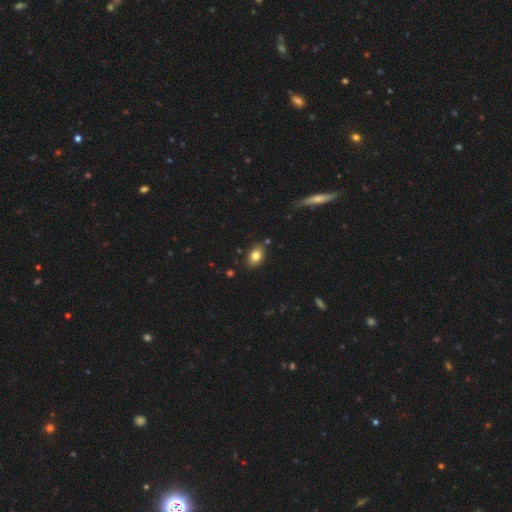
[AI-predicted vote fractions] A smooth galaxy with no disk features (80%) that is in between round and cigar-shaped (80%).

Vote fractions:
- Smooth or featured? smooth: 80% / featured or disk: 10% / star or artifact: 9%
- How rounded? in between: 80% / round: 19% / cigar-shaped: 2%
- Merging? none: 82% / minor disturbance: 13% / merger: 3% / major disturbance: 2%